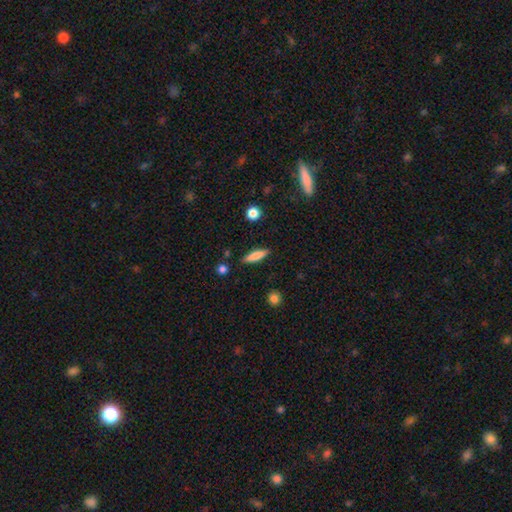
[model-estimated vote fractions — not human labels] smooth-or-featured: smooth: 75% | featured or disk: 18% | star or artifact: 7%
  how-rounded: cigar-shaped: 72% | in between: 26% | round: 2%
  merging: none: 88% | minor disturbance: 8% | major disturbance: 2% | merger: 2%